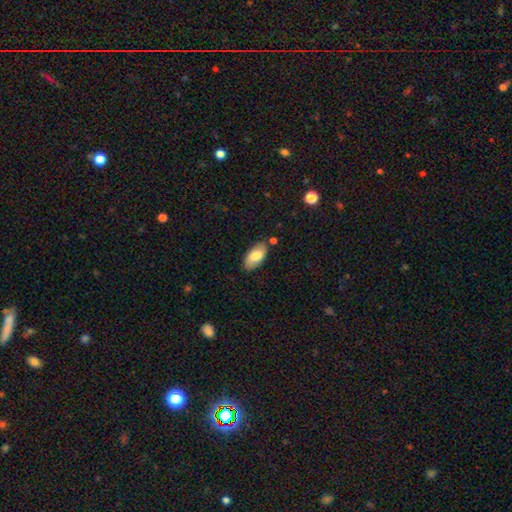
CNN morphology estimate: Overall: smooth (77%). How rounded: in between (93%). Merging: none (78%).